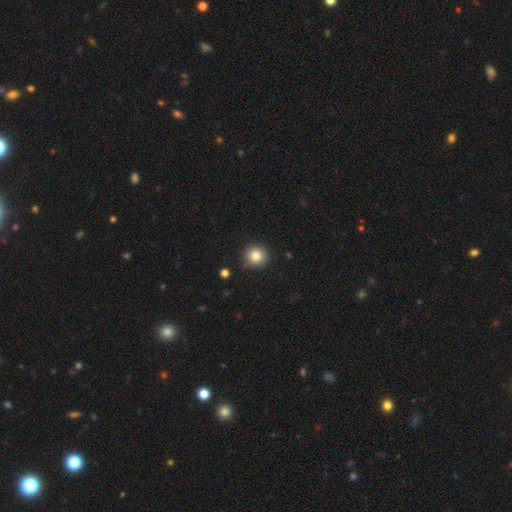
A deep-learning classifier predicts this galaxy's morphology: A smooth galaxy with no disk features (84%) that is round (93%). Merging: none (84%).